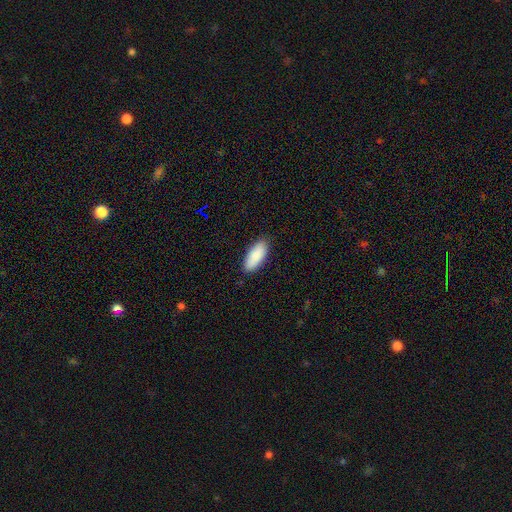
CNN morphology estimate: A smooth galaxy with no disk features (89%) that is in between round and cigar-shaped (82%). Merging: none (86%).